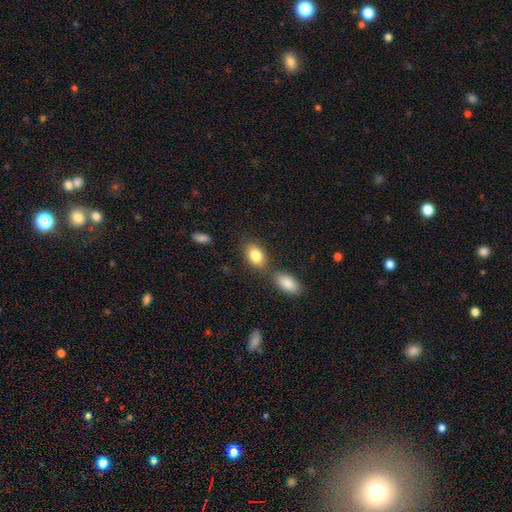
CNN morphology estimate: This appears to be a smooth galaxy with no disk features (83%) that is in between round and cigar-shaped (86%). Merging: none (60%).